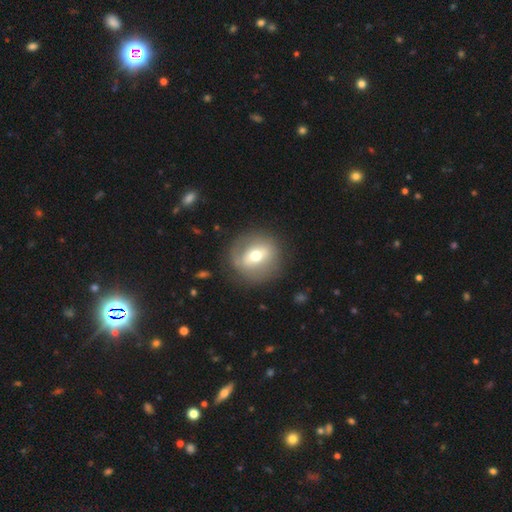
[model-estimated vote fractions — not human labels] Overall: featured or disk (47%; smooth 45%). Merging: none (81%).